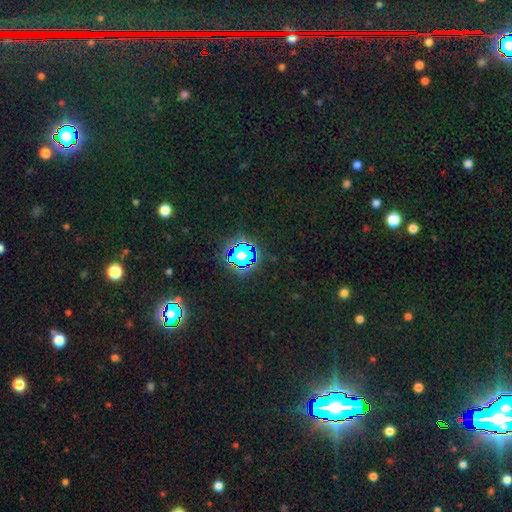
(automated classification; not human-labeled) smooth_or_featured: star or artifact (p=0.83) [alt: smooth p=0.11]